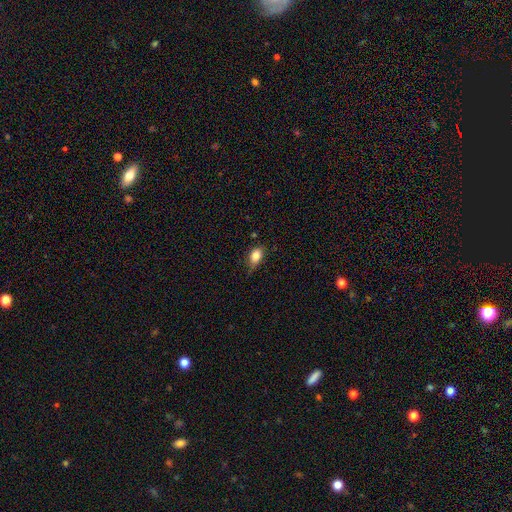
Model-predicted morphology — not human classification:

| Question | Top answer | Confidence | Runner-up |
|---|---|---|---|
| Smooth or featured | smooth | 82% | featured or disk (10%) |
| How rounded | in between | 83% | round (14%) |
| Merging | none | 58% | minor disturbance (32%) |